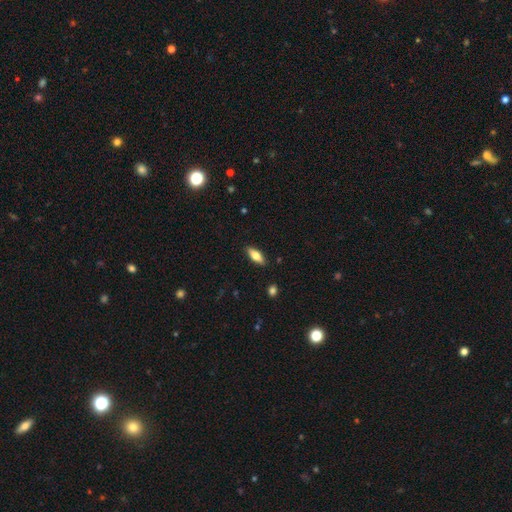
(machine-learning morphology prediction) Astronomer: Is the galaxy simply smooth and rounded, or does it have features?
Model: smooth — 68%.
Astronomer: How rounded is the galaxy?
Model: in between — 67%.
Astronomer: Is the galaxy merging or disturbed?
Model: none — 88%.